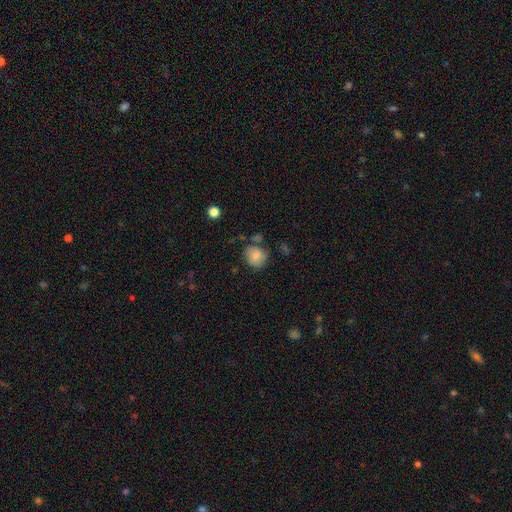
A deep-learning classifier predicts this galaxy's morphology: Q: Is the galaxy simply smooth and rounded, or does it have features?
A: smooth — 76%.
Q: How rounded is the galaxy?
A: round — 78%.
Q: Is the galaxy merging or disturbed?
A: none — 61%.